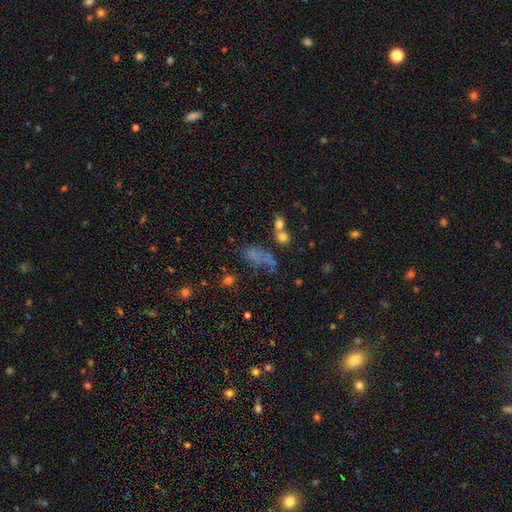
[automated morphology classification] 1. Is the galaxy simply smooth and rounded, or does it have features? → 50% smooth, 25% star or artifact, 25% featured or disk.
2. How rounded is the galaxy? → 76% in between, 13% round, 12% cigar-shaped.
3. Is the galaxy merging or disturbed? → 33% none, 31% major disturbance, 20% minor disturbance, 16% merger.